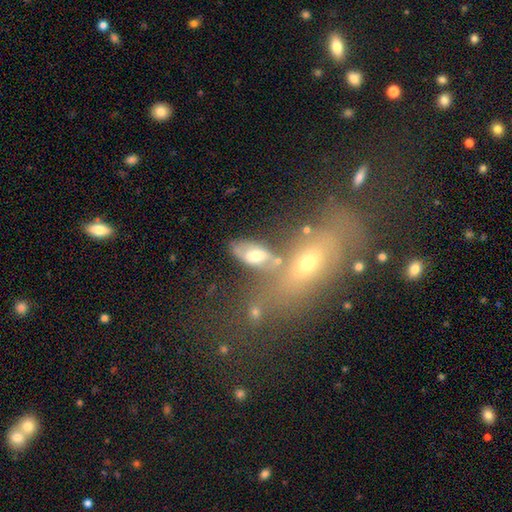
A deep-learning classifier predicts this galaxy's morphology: This is possibly a smooth galaxy (53%). How rounded: clearly in between (81%). Merging: marginally none (43%).